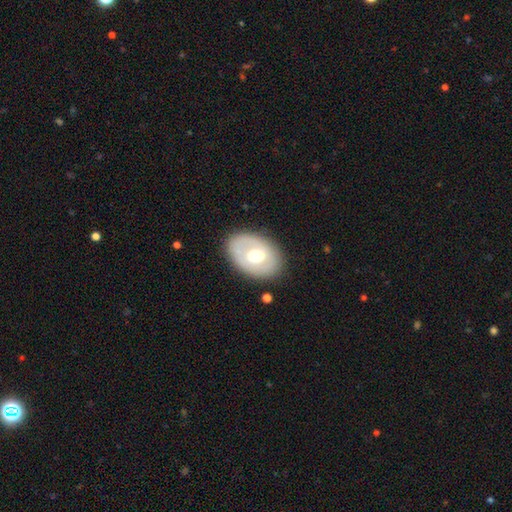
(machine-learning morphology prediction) Smooth or featured? Predicted: smooth (p=0.52). How rounded? Predicted: in between (p=0.76). Merging? Predicted: none (p=0.81).